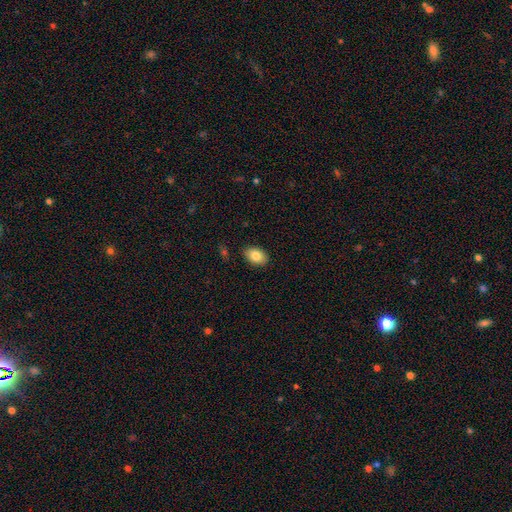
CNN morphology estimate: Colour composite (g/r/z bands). It shows a smooth galaxy with no disk features (84%) that is in between round and cigar-shaped (87%). Merging: none (88%).